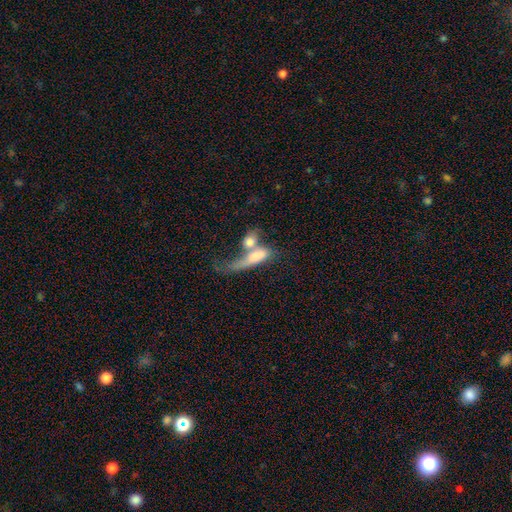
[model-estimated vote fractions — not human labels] Morphology: type=smooth (57%); roundness=cigar-shaped (46%); merging=merger (59%).